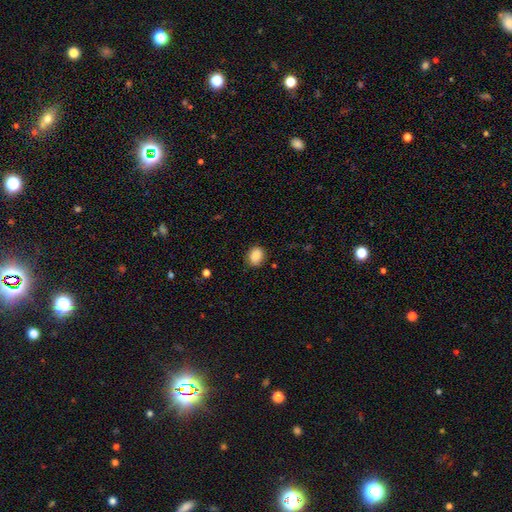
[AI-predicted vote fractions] Smooth or featured?
  - smooth: 87% *
  - star or artifact: 8%
  - featured or disk: 4%
How rounded?
  - in between: 53% *
  - round: 46%
  - cigar-shaped: 1%
Merging?
  - none: 82% *
  - minor disturbance: 13%
  - major disturbance: 3%
  - merger: 1%